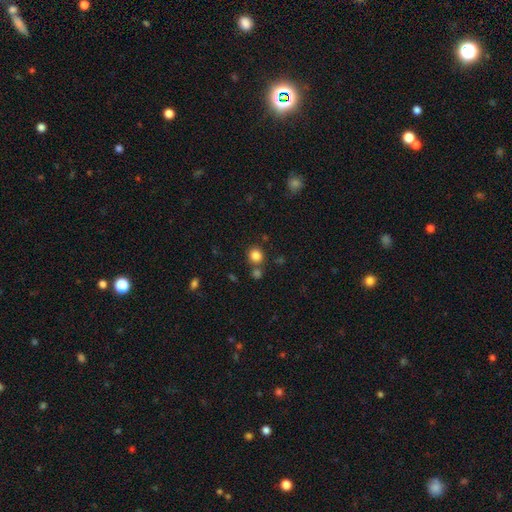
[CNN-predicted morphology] This appears to be a smooth galaxy with no disk features (83%) that is round (86%). Merging: none (74%).